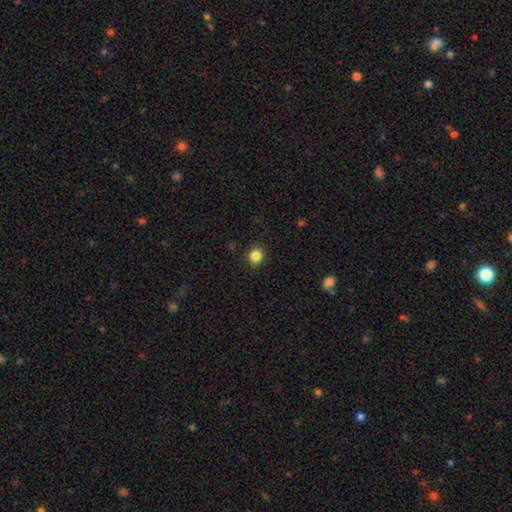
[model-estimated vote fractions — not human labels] Q: Smooth or featured?
A: smooth (84%); runner-up: star or artifact (11%)
Q: How rounded?
A: round (78%); runner-up: in between (21%)
Q: Merging?
A: none (88%); runner-up: minor disturbance (9%)